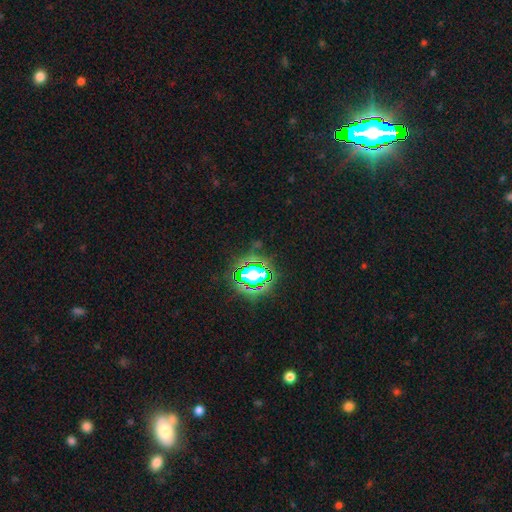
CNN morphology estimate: A star or artifact, not a galaxy (81%).